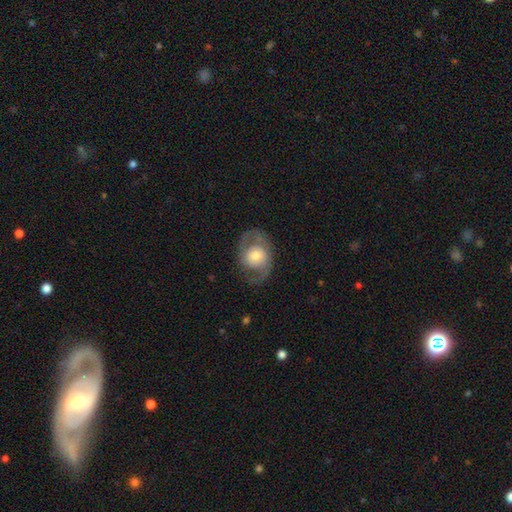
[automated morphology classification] type=featured or disk (67%); edge-on=no (96%); bar=no (74%); spiral arms=yes (72%); bulge=moderate (54%); merging=none (70%).